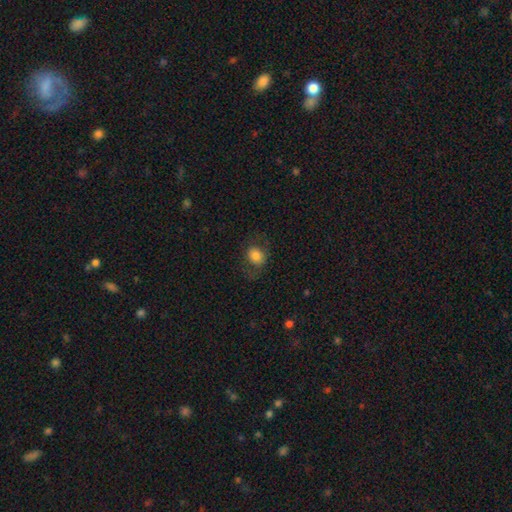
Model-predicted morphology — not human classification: The model was most divided on "how rounded": round: 58%, in between: 41%, cigar-shaped: 1%. More confident: smooth or featured — smooth (78%); merging — none (67%).